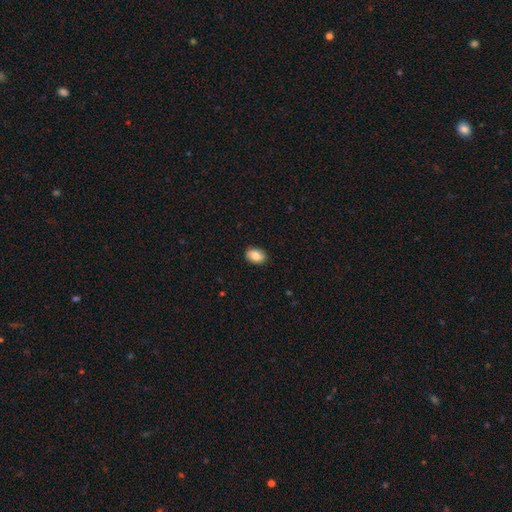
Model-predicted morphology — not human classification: type=smooth (80%); roundness=in between (78%); merging=none (86%).